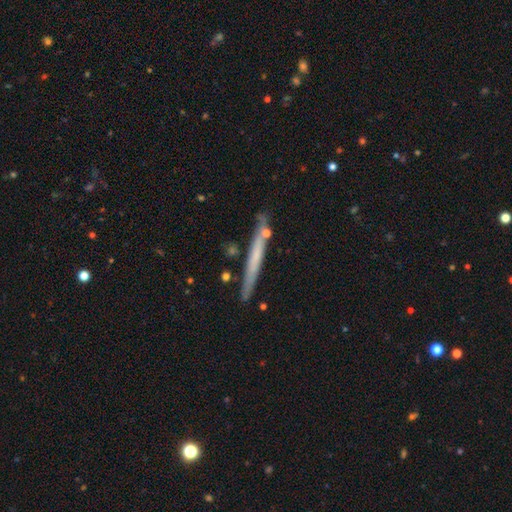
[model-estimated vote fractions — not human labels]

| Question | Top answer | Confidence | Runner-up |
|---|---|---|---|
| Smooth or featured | smooth | 47% | featured or disk (46%) |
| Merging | none | 81% | minor disturbance (12%) |